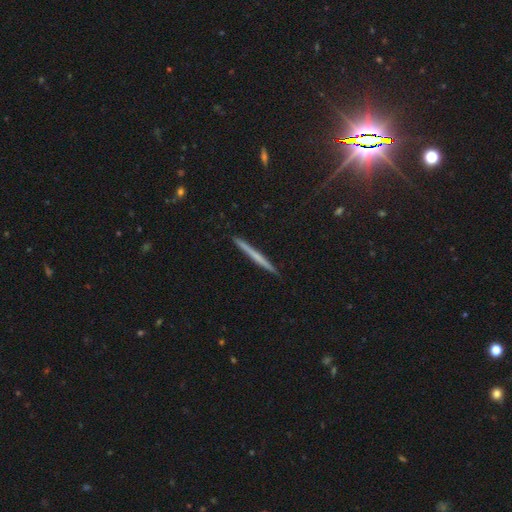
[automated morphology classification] Smooth or featured? Predicted: featured or disk (p=0.49). Merging? Predicted: none (p=0.92).